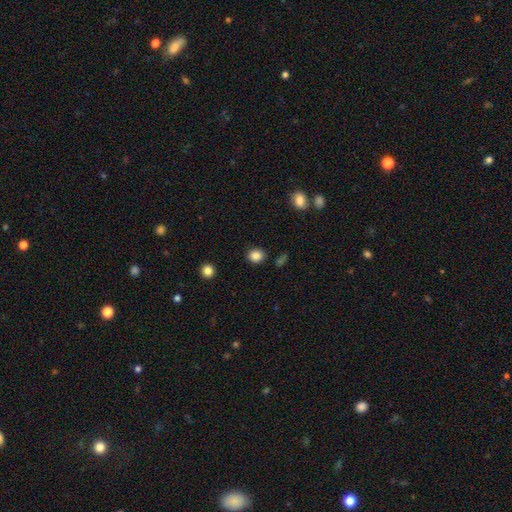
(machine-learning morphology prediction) Smooth or featured? smooth (85%)
How rounded? round (79%)
Merging? none (88%)